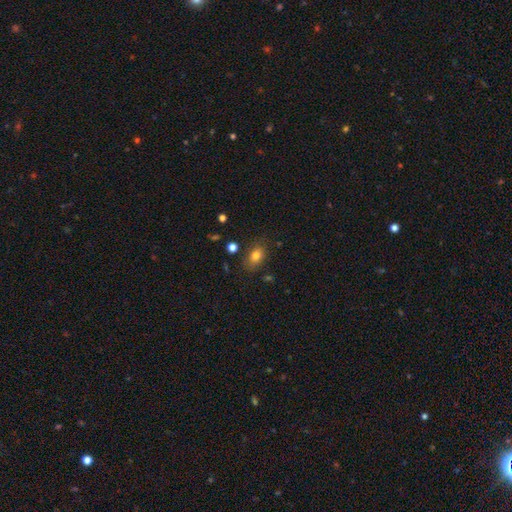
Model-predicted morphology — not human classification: This appears to be a smooth galaxy with no disk features (79%) that is in between round and cigar-shaped (77%). Merging: none (80%).